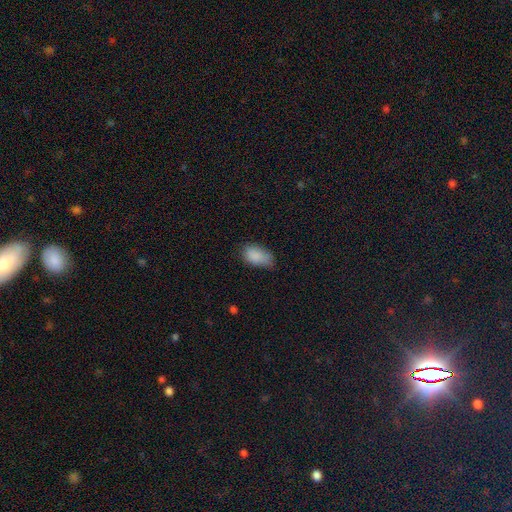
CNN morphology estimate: smooth_or_featured: smooth (p=0.86) [alt: star or artifact p=0.08]
how_rounded: in between (p=0.92) [alt: round p=0.06]
merging: none (p=0.58) [alt: minor disturbance p=0.33]